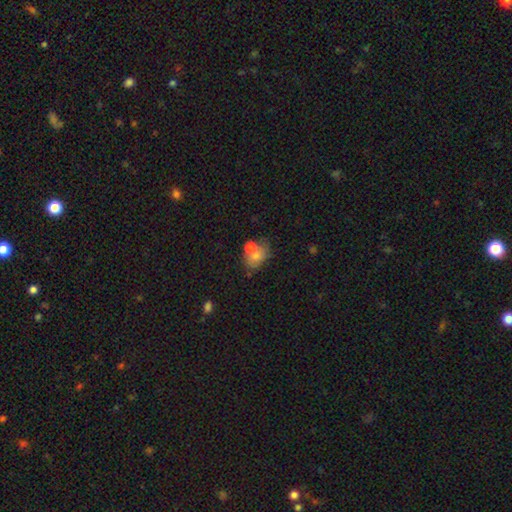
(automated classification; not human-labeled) This appears to be a smooth galaxy with no disk features (64%) that is in between round and cigar-shaped (64%). Merging: none (40%).